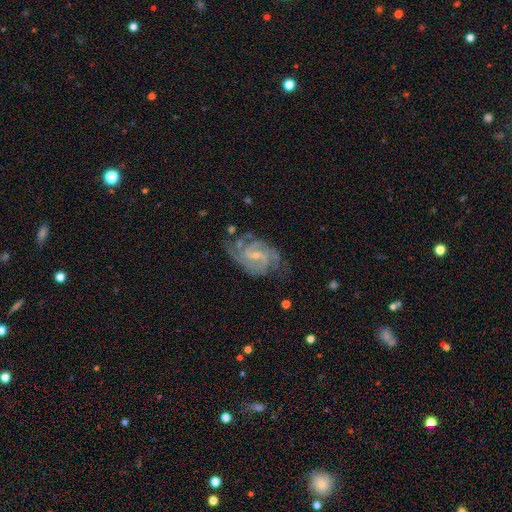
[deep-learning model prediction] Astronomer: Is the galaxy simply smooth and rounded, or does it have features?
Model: featured or disk — 88%.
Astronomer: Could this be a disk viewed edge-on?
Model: no — 97%.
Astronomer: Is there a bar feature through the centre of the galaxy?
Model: weak — 57%.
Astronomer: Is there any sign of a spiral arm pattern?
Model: yes — 97%.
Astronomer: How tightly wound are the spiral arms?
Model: tight — 49% (runner-up: medium, 43%).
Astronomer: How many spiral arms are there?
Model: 2 — 36% (runner-up: 3, 27%).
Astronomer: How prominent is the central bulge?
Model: small — 65%.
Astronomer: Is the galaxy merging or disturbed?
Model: none — 64%.